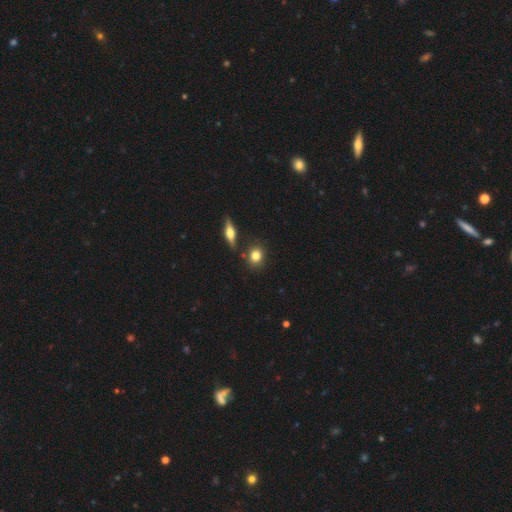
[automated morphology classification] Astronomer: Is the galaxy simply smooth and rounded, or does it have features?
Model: smooth — 80%.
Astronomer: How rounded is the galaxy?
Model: round — 70%.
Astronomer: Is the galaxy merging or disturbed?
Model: none — 78%.